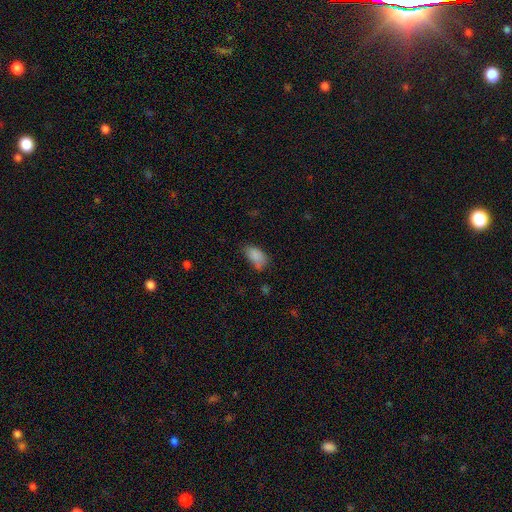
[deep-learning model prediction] The model was most divided on "merging": none: 48%, minor disturbance: 35%, major disturbance: 12%, merger: 4%. More confident: how rounded — in between (92%); smooth or featured — smooth (83%).